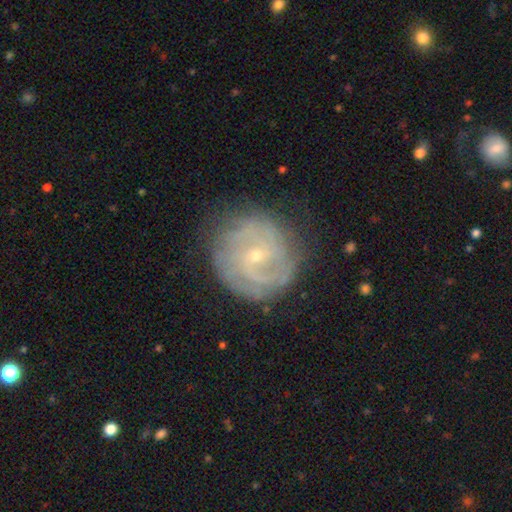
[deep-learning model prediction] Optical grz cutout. It shows a featured or disk galaxy (80%) with no bar (51%), tight (55%) spiral arms (92%) and a small central bulge (80%). Merging: none (76%).